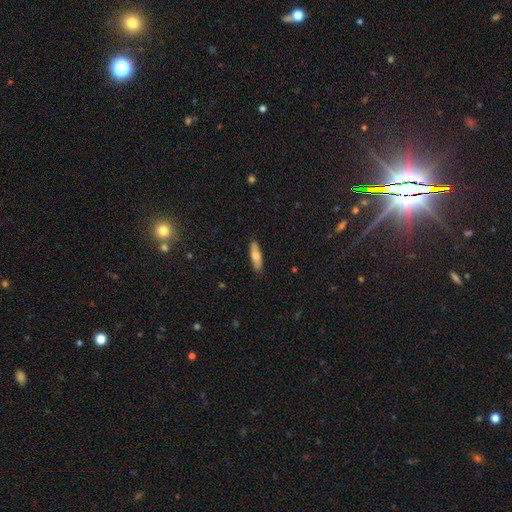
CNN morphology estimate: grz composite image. It shows a smooth galaxy with no disk features (72%) that is cigar-shaped (57%). Merging: none (87%).